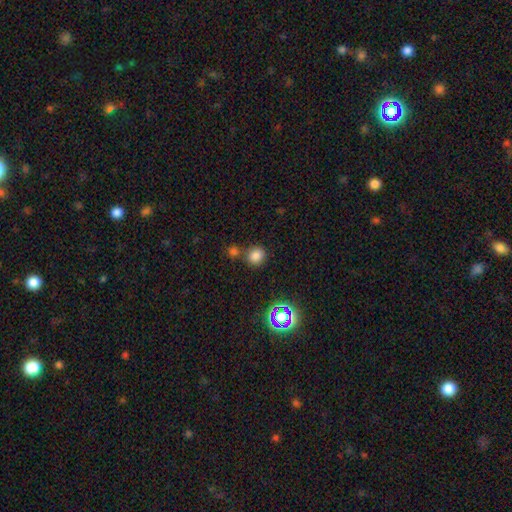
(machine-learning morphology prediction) Overall: smooth (78%). How rounded: round (83%). Merging: none (70%).